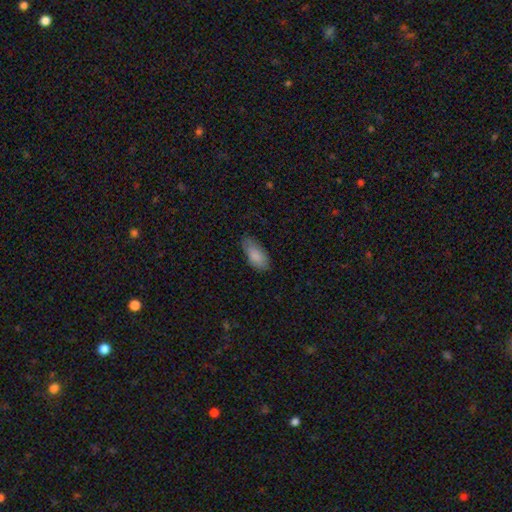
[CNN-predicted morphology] This appears to be a smooth galaxy with no disk features (86%) that is in between round and cigar-shaped (90%). Merging: none (67%).